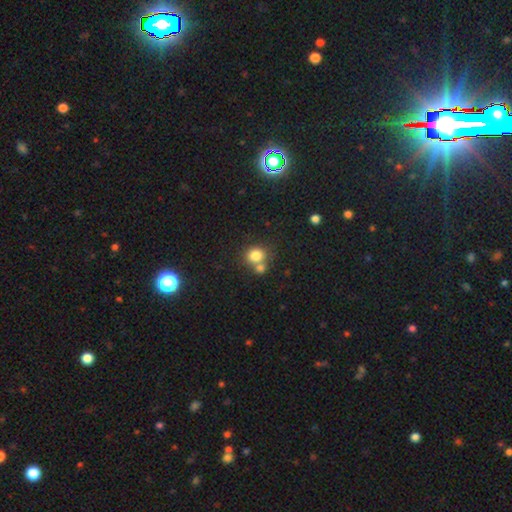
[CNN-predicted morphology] Smooth or featured: smooth — 80% (star or artifact — 12%)
How rounded: round — 79% (in between — 20%)
Merging: none — 51% (merger — 36%)